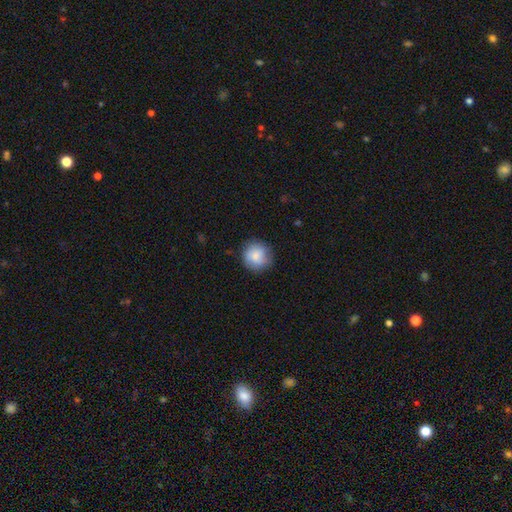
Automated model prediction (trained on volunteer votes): smooth-or-featured: smooth: 83% | featured or disk: 10% | star or artifact: 7%
  how-rounded: round: 93% | in between: 6% | cigar-shaped: 1%
  merging: none: 82% | minor disturbance: 14% | major disturbance: 3% | merger: 1%